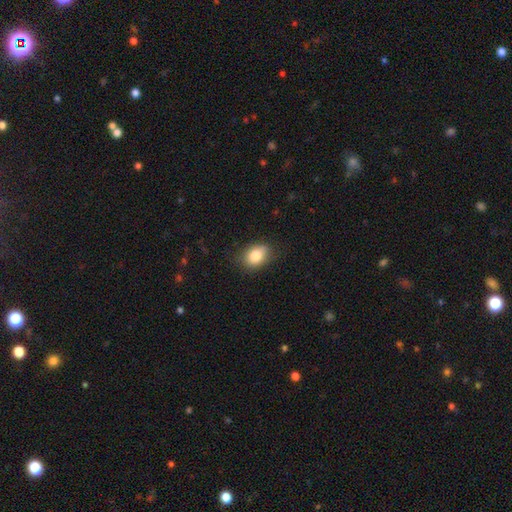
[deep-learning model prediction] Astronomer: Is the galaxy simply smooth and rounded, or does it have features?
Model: smooth — 81%.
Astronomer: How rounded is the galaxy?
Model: in between — 76%.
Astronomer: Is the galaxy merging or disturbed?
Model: none — 80%.